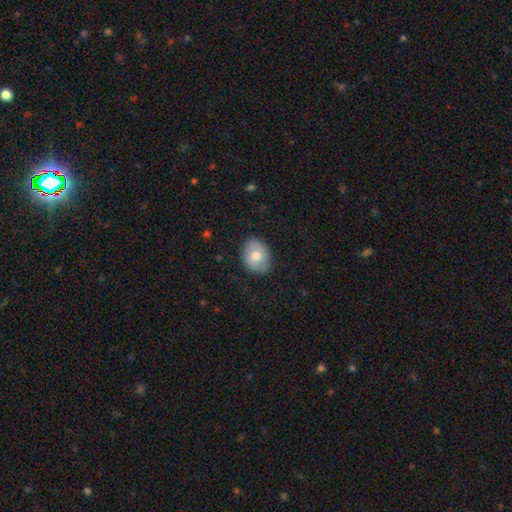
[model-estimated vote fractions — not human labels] Smooth or featured? Predicted: smooth (p=0.70). How rounded? Predicted: round (p=0.53). Merging? Predicted: none (p=0.84).